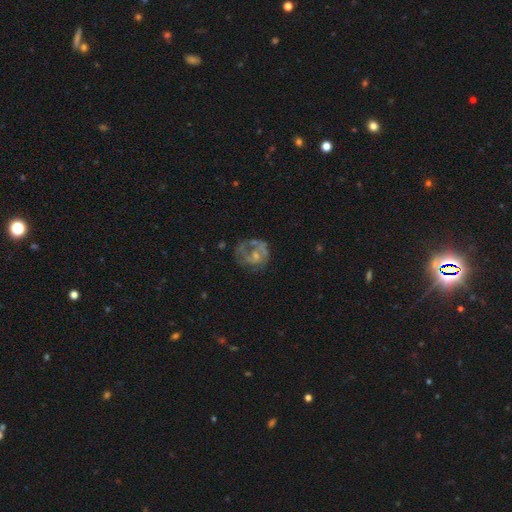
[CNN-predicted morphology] Q: Smooth or featured?
A: featured or disk (62%); runner-up: smooth (24%)
Q: Edge-on disk?
A: no (97%); runner-up: yes (3%)
Q: Bar?
A: no (76%); runner-up: weak (20%)
Q: Spiral arms?
A: no (54%); runner-up: yes (46%)
Q: Bulge size?
A: small (50%); runner-up: moderate (33%)
Q: Merging?
A: none (51%); runner-up: major disturbance (25%)